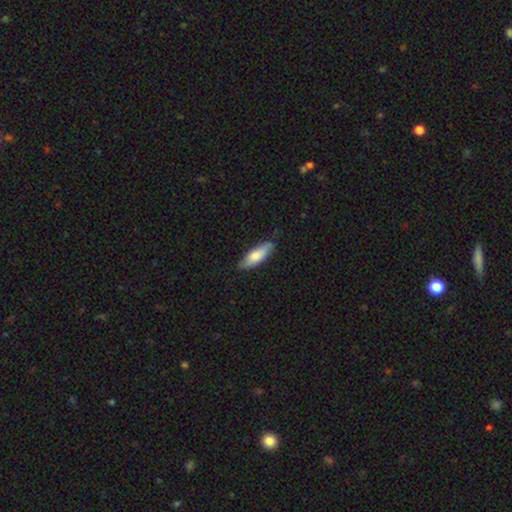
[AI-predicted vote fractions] Overall: smooth (72%). How rounded: in between (53%; cigar-shaped 46%). Merging: none (82%).